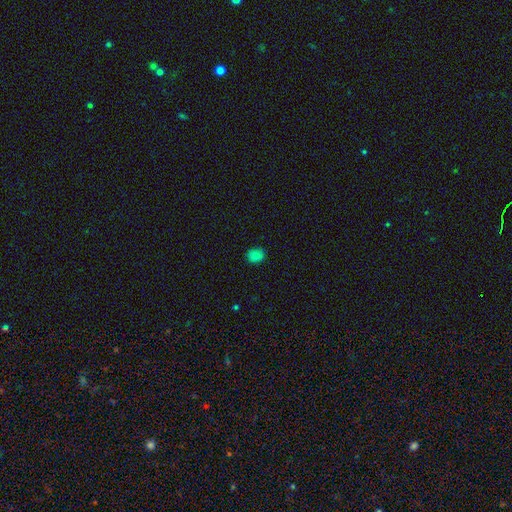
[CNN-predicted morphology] Smooth or featured? smooth (82%)
How rounded? round (62%)
Merging? none (86%)